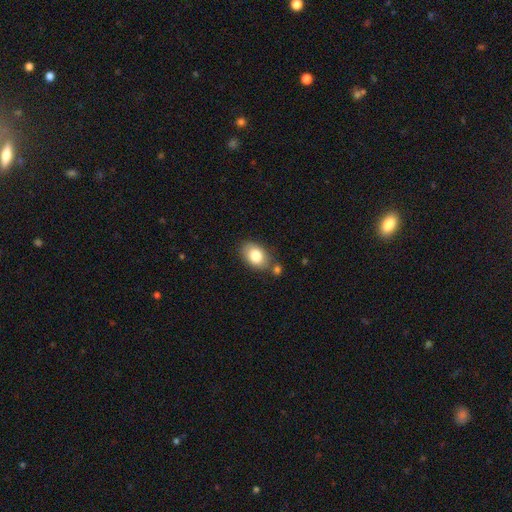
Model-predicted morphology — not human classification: The model was most divided on "merging": none: 72%, minor disturbance: 15%, merger: 10%, major disturbance: 4%. More confident: how rounded — in between (86%); smooth or featured — smooth (82%).